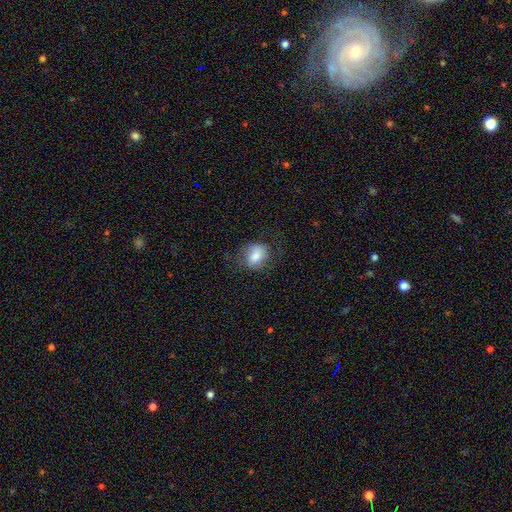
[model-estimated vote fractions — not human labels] Morphology: type=smooth (74%); roundness=round (52%); merging=none (64%).